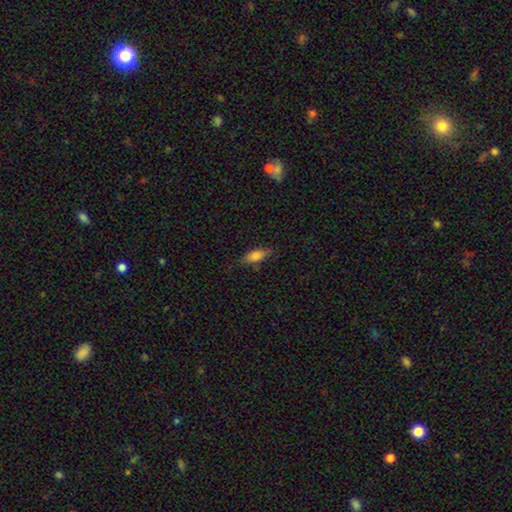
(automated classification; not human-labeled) Q: Smooth or featured?
A: smooth (79%); runner-up: featured or disk (13%)
Q: How rounded?
A: in between (72%); runner-up: cigar-shaped (25%)
Q: Merging?
A: none (78%); runner-up: minor disturbance (17%)